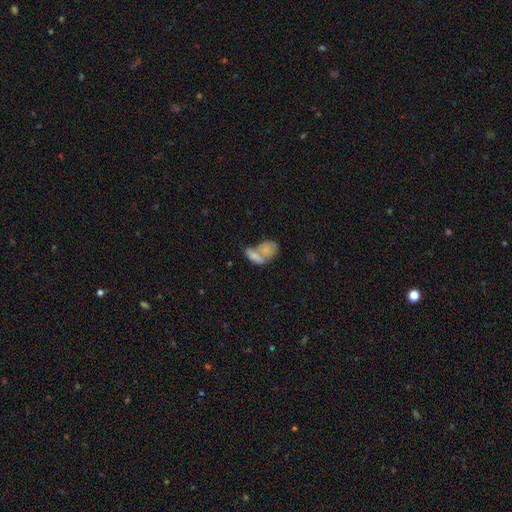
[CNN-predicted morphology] Overall: smooth (72%). How rounded: in between (83%). Merging: merger (69%).